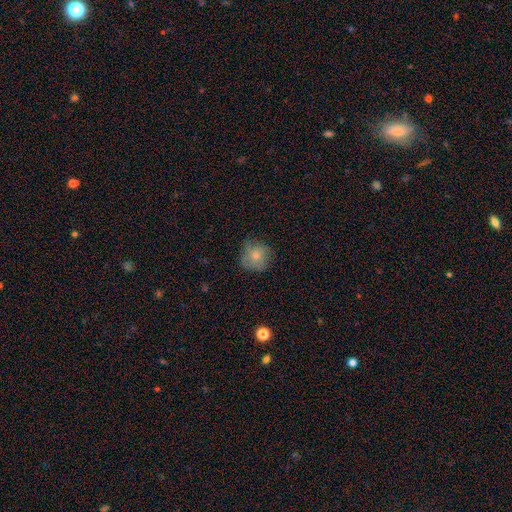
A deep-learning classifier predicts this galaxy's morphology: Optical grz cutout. It shows a smooth galaxy with no disk features (73%) that is round (86%). Merging: none (67%).